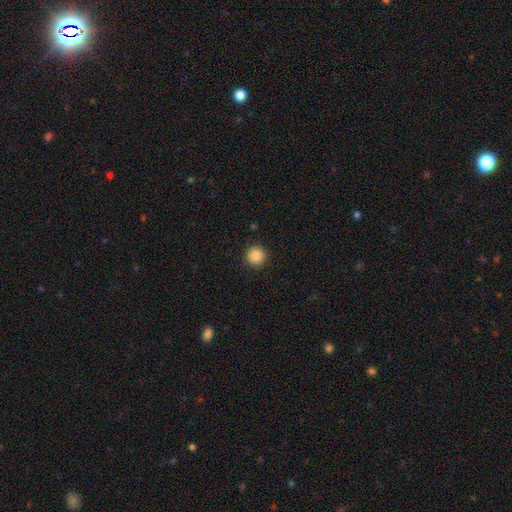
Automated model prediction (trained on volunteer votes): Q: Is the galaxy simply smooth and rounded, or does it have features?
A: smooth — 88%.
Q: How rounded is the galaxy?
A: round — 95%.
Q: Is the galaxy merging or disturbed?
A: none — 92%.